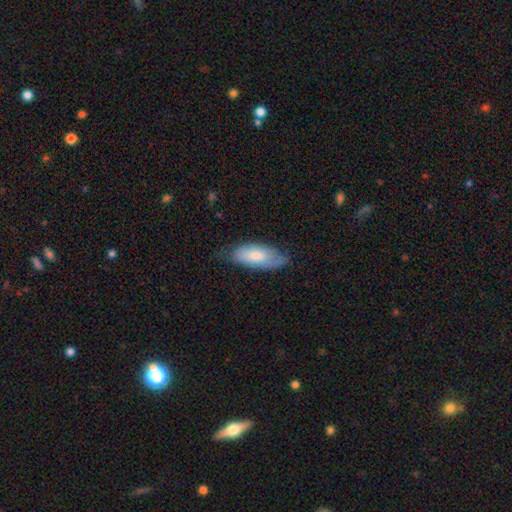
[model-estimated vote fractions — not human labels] Q: Smooth or featured?
A: smooth (68%); runner-up: featured or disk (27%)
Q: How rounded?
A: in between (84%); runner-up: cigar-shaped (14%)
Q: Merging?
A: none (65%); runner-up: minor disturbance (27%)